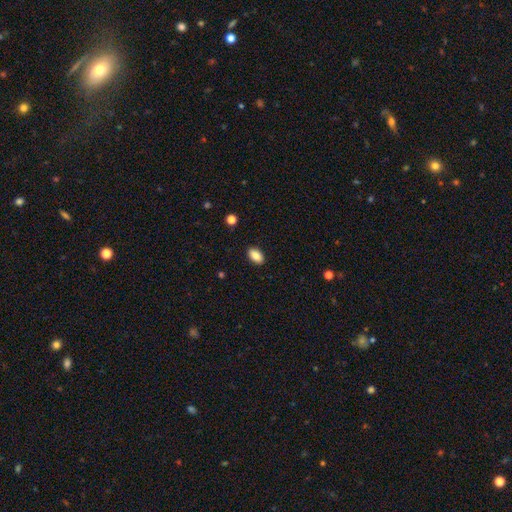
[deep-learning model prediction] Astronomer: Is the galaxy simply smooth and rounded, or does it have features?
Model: smooth — 87%.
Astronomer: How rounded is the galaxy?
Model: in between — 92%.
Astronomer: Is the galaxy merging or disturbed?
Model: none — 89%.